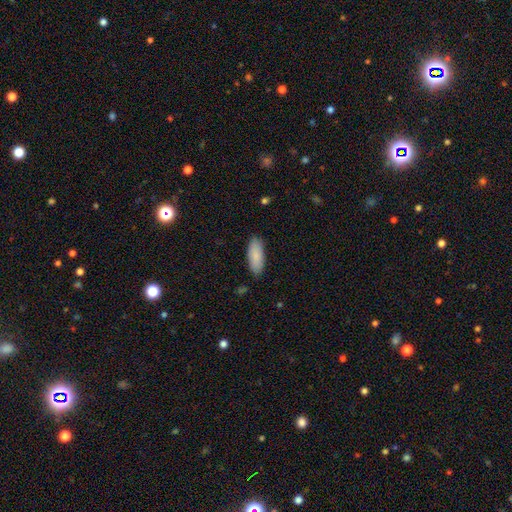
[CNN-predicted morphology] A smooth galaxy with no disk features (88%) that is in between round and cigar-shaped (79%). Merging: none (87%).